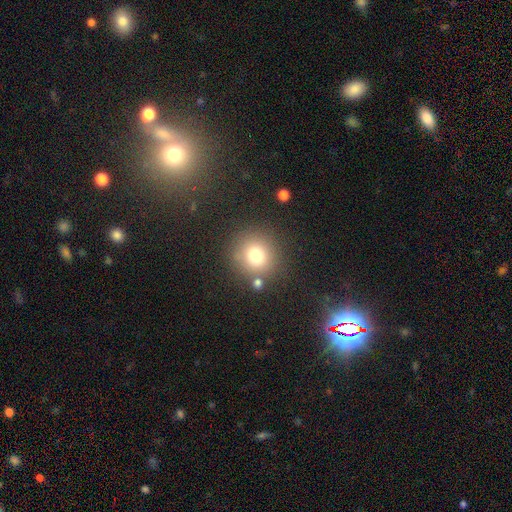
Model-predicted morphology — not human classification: This is likely a smooth galaxy (76%). How rounded: clearly round (91%). Merging: likely none (80%).